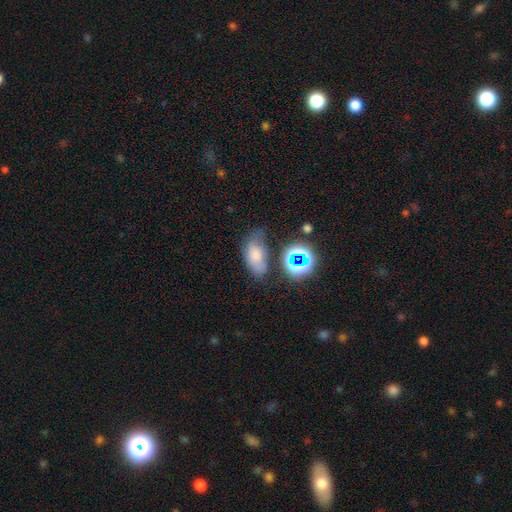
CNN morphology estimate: Smooth or featured: smooth — 65% (star or artifact — 18%)
How rounded: in between — 87% (round — 10%)
Merging: none — 47% (minor disturbance — 29%)